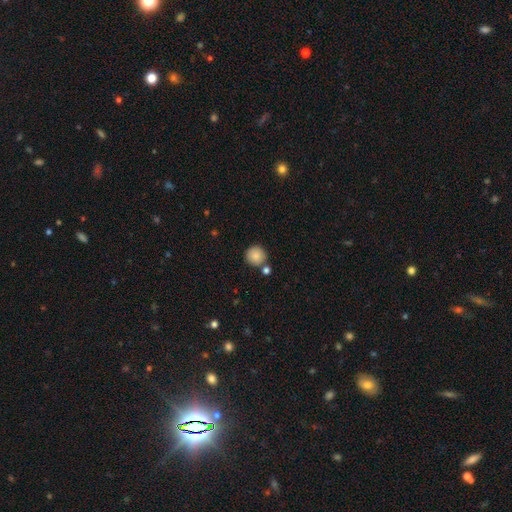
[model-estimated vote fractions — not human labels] Overall: smooth (87%). How rounded: round (94%). Merging: none (75%).